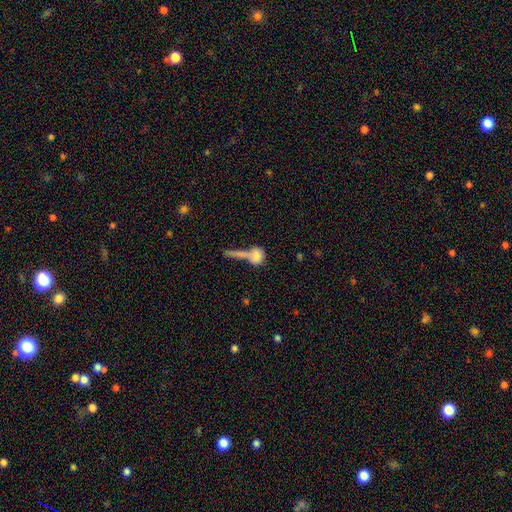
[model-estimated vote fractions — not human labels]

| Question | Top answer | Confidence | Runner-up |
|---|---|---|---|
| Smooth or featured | smooth | 71% | featured or disk (20%) |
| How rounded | round | 53% | in between (34%) |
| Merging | merger | 41% | none (32%) |